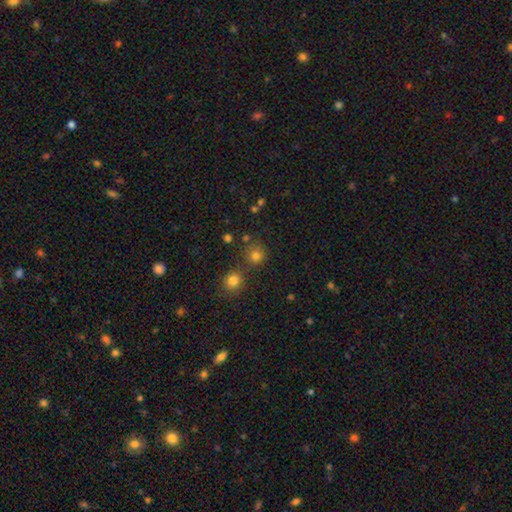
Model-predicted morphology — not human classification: The model was most divided on "merging": none: 70%, merger: 17%, minor disturbance: 10%, major disturbance: 4%. More confident: how rounded — round (89%); smooth or featured — smooth (78%).